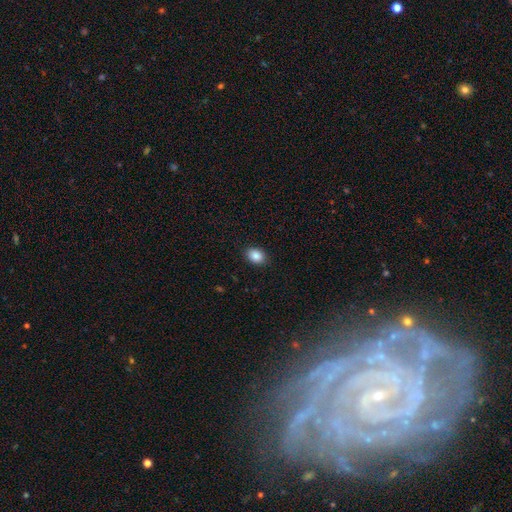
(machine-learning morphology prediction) Smooth or featured: smooth — 88% (star or artifact — 8%)
How rounded: in between — 64% (round — 35%)
Merging: none — 90% (minor disturbance — 7%)